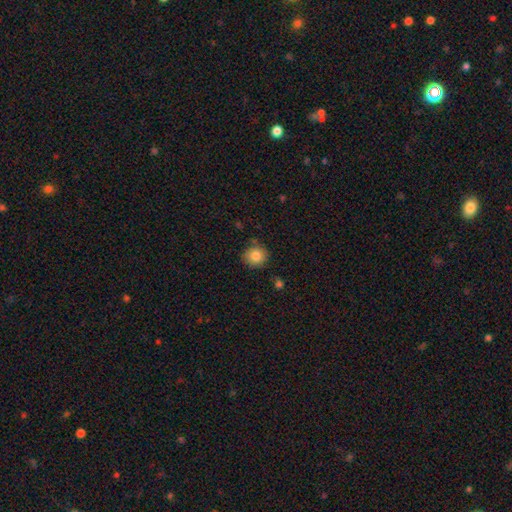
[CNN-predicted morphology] Overall: smooth (84%). How rounded: round (86%). Merging: none (83%).